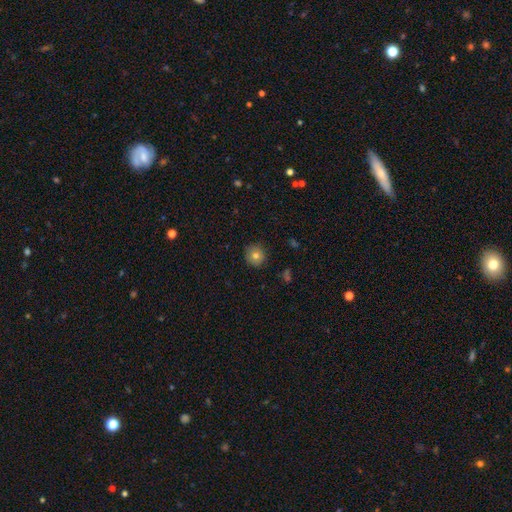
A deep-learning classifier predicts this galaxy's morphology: smooth-or-featured: smooth: 78% | featured or disk: 11% | star or artifact: 11%
  how-rounded: round: 94% | in between: 5% | cigar-shaped: 1%
  merging: none: 89% | minor disturbance: 8% | major disturbance: 2% | merger: 1%